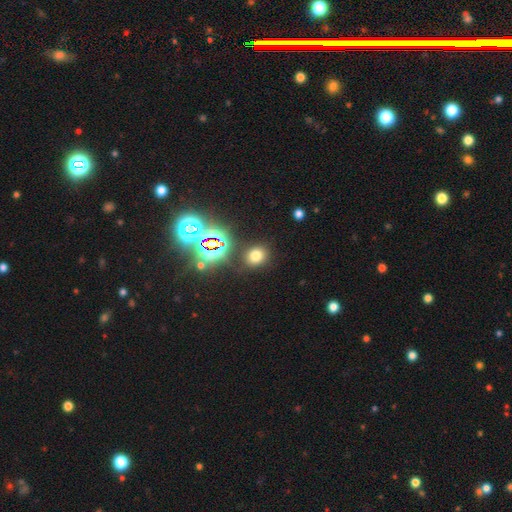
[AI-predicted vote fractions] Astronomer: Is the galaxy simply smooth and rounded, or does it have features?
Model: smooth — 67%.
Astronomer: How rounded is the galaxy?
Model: round — 69%.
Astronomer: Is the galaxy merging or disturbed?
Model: none — 84%.